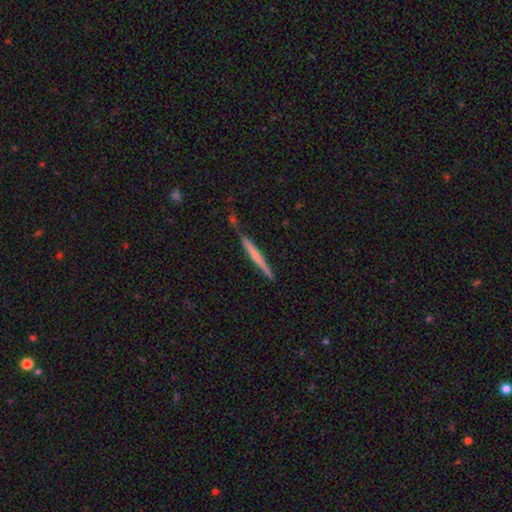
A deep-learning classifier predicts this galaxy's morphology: smooth 48%, featured or disk 46%, star or artifact 6%. Down the decision tree: merging — none (72%).